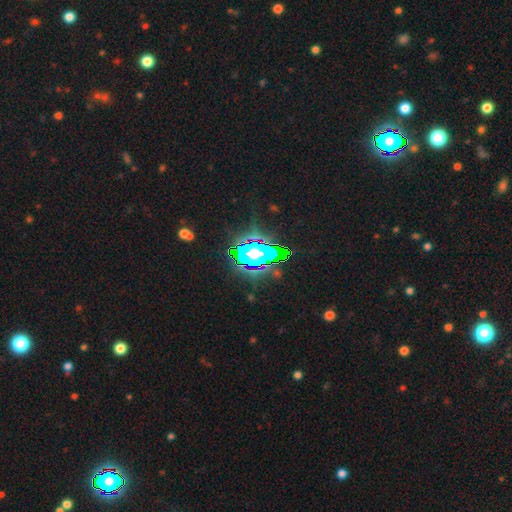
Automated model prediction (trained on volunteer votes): Morphology: type=star or artifact (60%).